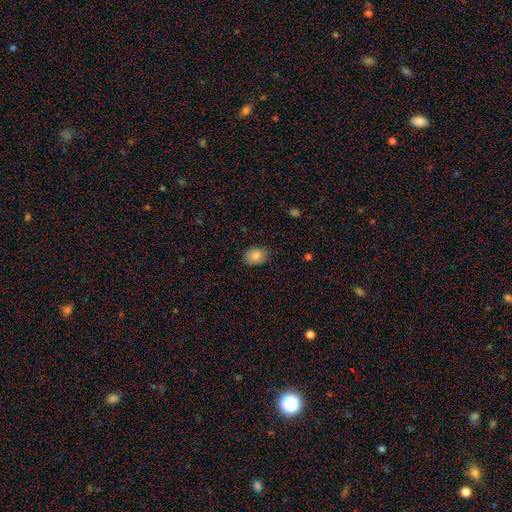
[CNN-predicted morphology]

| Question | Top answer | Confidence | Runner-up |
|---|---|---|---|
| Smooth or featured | smooth | 84% | star or artifact (8%) |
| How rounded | in between | 66% | round (33%) |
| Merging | none | 77% | minor disturbance (19%) |